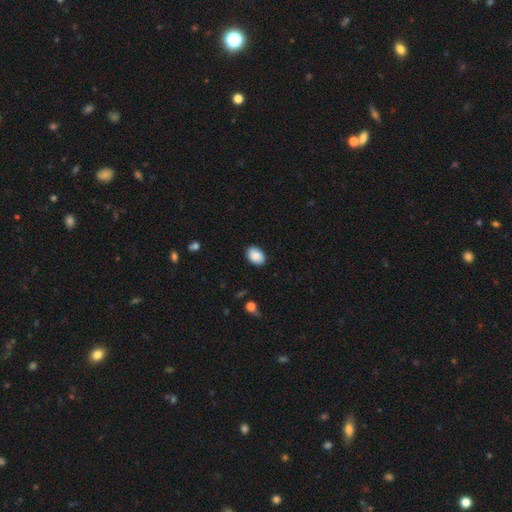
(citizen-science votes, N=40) Q: Smooth or featured?
A: smooth (90%); runner-up: featured or disk (8%)
Q: How rounded?
A: in between (89%); runner-up: round (8%)
Q: Merging?
A: none (82%); runner-up: minor disturbance (18%)